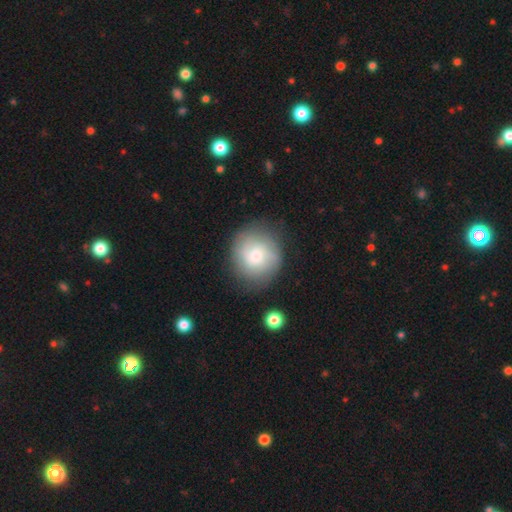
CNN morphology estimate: This appears to be a smooth galaxy with no disk features (49%). Merging: none (78%).